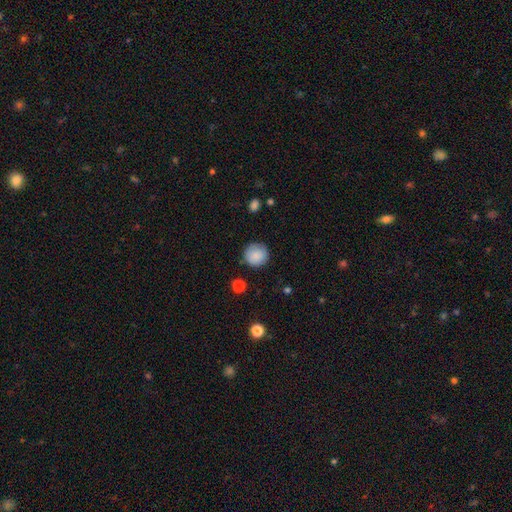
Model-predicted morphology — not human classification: A smooth galaxy with no disk features (87%) that is round (94%).

Vote fractions:
- Smooth or featured? smooth: 87% / star or artifact: 8% / featured or disk: 5%
- How rounded? round: 94% / in between: 5% / cigar-shaped: 1%
- Merging? none: 85% / minor disturbance: 11% / major disturbance: 3% / merger: 1%